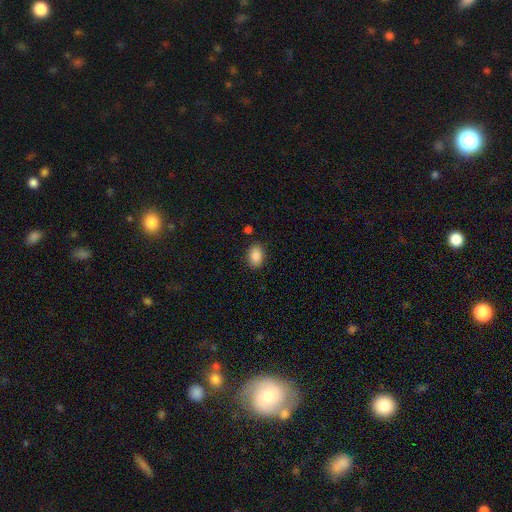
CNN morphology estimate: The model was most divided on "how rounded": in between: 84%, round: 15%, cigar-shaped: 1%. More confident: smooth or featured — smooth (88%); merging — none (85%).